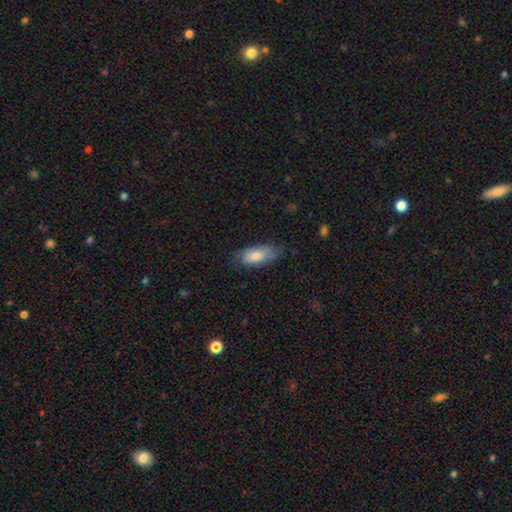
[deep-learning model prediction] Smooth or featured? Predicted: smooth (p=0.70). How rounded? Predicted: in between (p=0.82). Merging? Predicted: none (p=0.65).